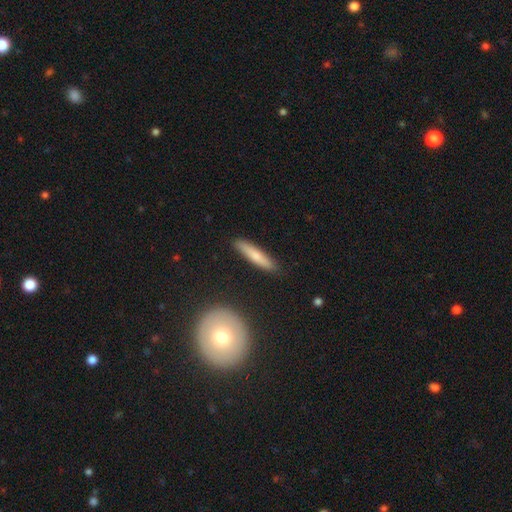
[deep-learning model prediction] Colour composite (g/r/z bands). It shows a smooth galaxy with no disk features (71%) that is cigar-shaped (88%). Merging: none (89%).